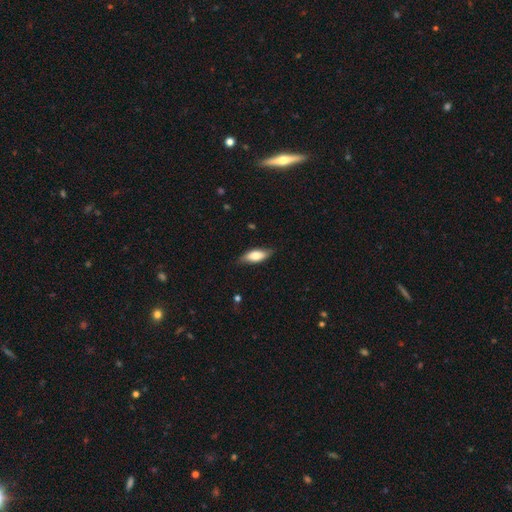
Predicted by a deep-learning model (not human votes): This is likely a smooth galaxy (71%). How rounded: likely in between (76%). Merging: likely none (77%).